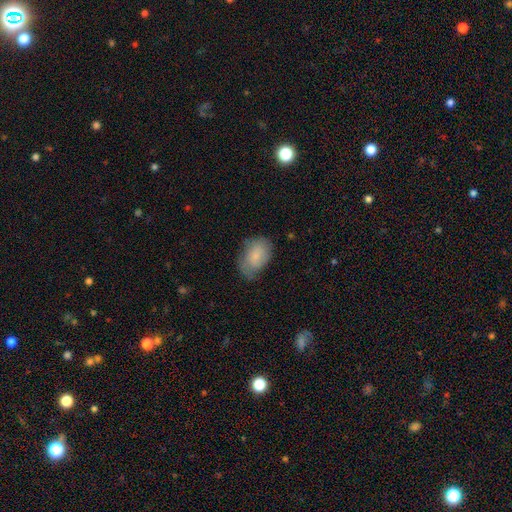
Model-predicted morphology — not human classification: Smooth or featured?
  - smooth: 71% *
  - featured or disk: 22%
  - star or artifact: 7%
How rounded?
  - in between: 86% *
  - round: 13%
  - cigar-shaped: 1%
Merging?
  - none: 57% *
  - minor disturbance: 31%
  - major disturbance: 11%
  - merger: 1%